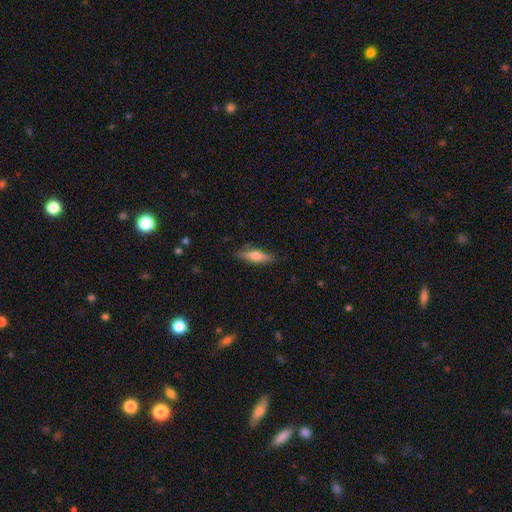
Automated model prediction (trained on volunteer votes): Q: Smooth or featured?
A: smooth (56%); runner-up: featured or disk (38%)
Q: How rounded?
A: cigar-shaped (66%); runner-up: in between (32%)
Q: Merging?
A: none (83%); runner-up: minor disturbance (13%)